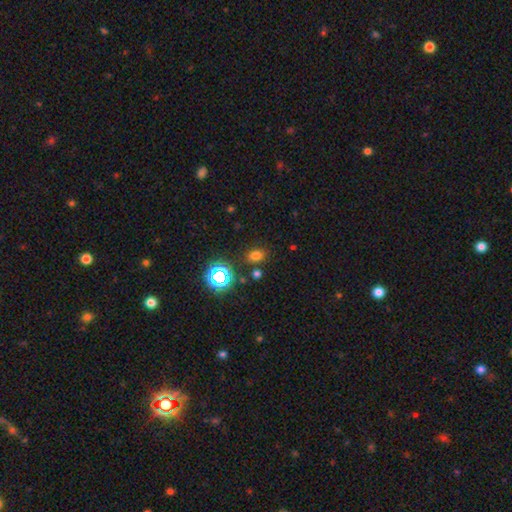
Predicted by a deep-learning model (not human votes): smooth 68%, star or artifact 26%, featured or disk 6%. Down the decision tree: how rounded — in between (70%); merging — none (80%).